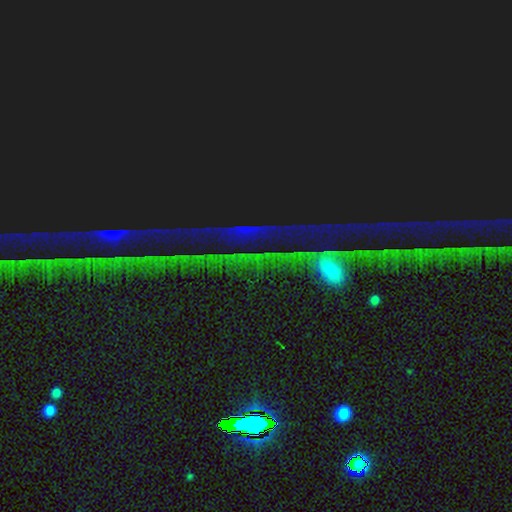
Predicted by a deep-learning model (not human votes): Morphology: type=star or artifact (74%).